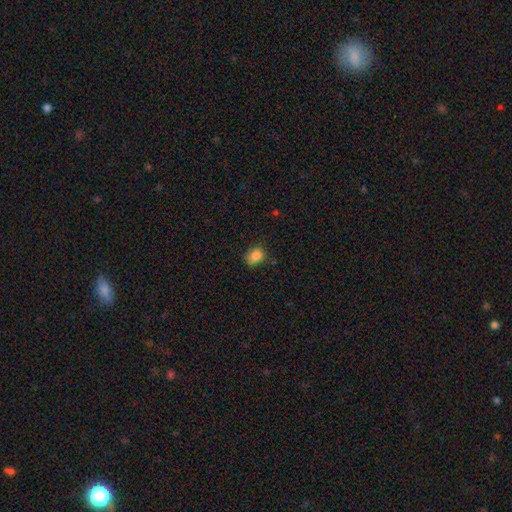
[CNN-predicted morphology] The model was most divided on "how rounded": in between: 50%, round: 49%, cigar-shaped: 1%. More confident: smooth or featured — smooth (84%); merging — none (66%).